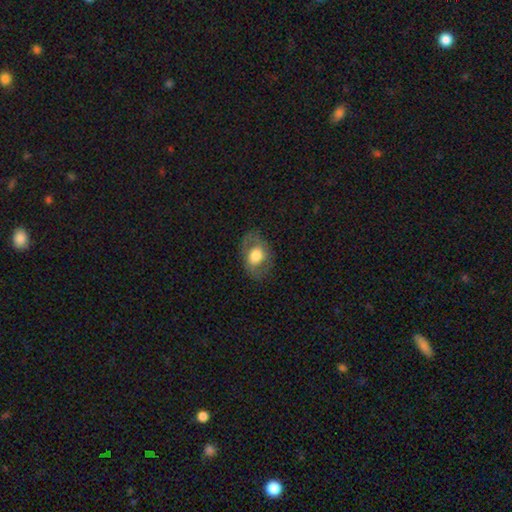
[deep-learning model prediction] The model was most divided on "smooth or featured": smooth: 53%, featured or disk: 40%, star or artifact: 7%. More confident: merging — none (73%); how rounded — in between (71%).